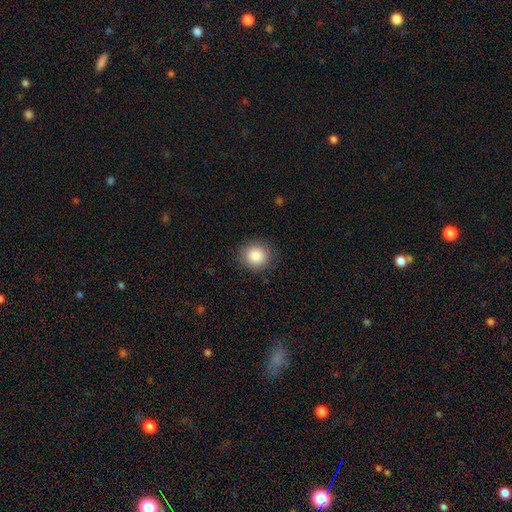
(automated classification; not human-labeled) Smooth or featured? Predicted: smooth (p=0.86). How rounded? Predicted: round (p=0.85). Merging? Predicted: none (p=0.87).